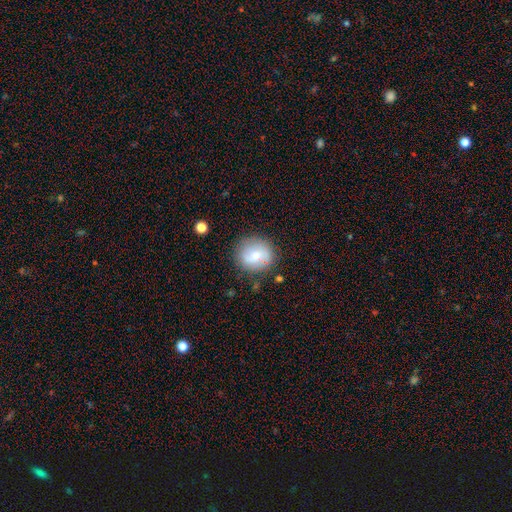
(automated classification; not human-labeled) This is likely a smooth galaxy (61%). How rounded: clearly round (88%). Merging: likely none (79%).